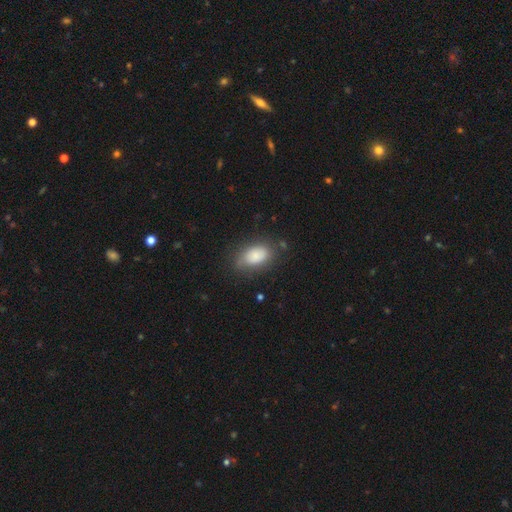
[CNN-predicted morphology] Smooth or featured?
  - smooth: 82% *
  - featured or disk: 11%
  - star or artifact: 7%
How rounded?
  - in between: 91% *
  - round: 7%
  - cigar-shaped: 2%
Merging?
  - none: 71% *
  - minor disturbance: 20%
  - major disturbance: 7%
  - merger: 2%